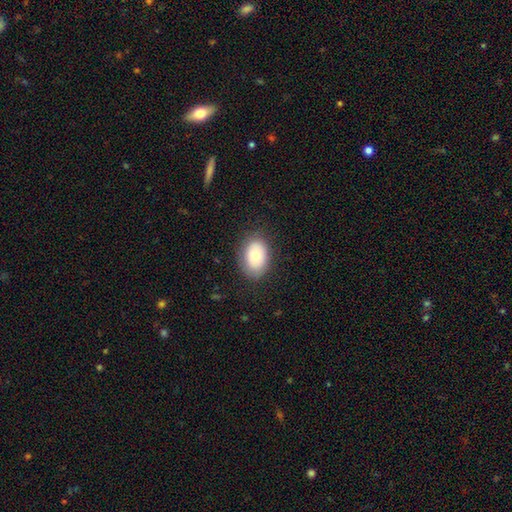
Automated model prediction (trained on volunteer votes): A smooth galaxy with no disk features (73%) that is in between round and cigar-shaped (82%). Merging: none (83%).